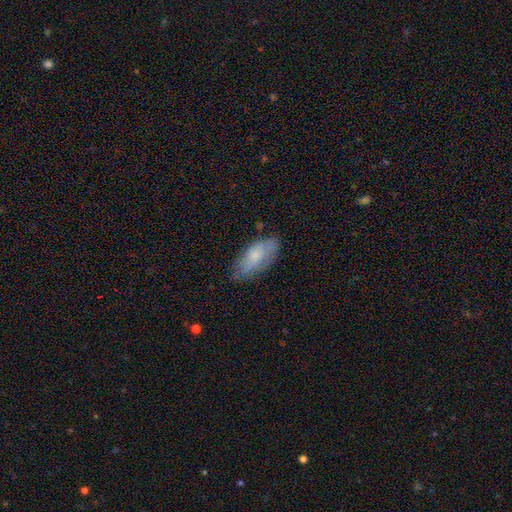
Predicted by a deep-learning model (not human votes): The model was most divided on "merging": none: 68%, minor disturbance: 25%, major disturbance: 6%, merger: 2%. More confident: how rounded — in between (85%); smooth or featured — smooth (70%).